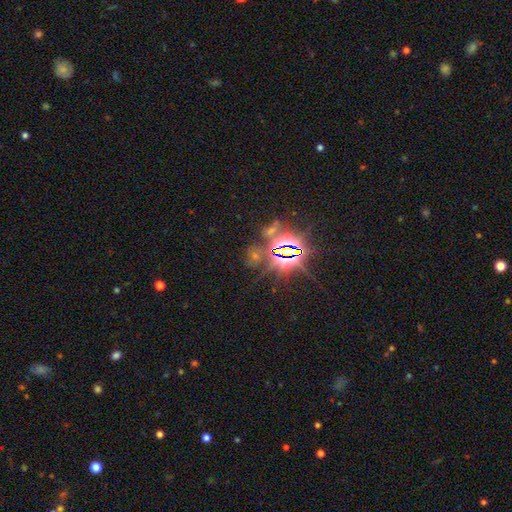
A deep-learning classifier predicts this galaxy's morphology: smooth-or-featured: star or artifact: 79% | smooth: 11% | featured or disk: 9%